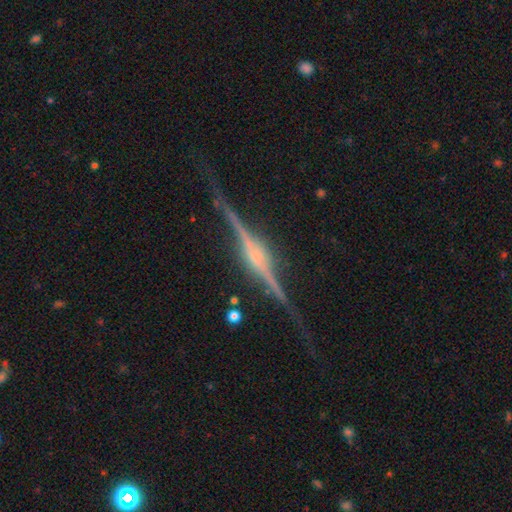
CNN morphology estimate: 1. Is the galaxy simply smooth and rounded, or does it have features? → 91% featured or disk, 6% star or artifact, 4% smooth.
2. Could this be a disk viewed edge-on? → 98% yes, 2% no.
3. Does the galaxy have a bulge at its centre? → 81% rounded, 15% boxy, 5% none.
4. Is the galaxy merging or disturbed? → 86% none, 10% minor disturbance, 3% major disturbance, 1% merger.